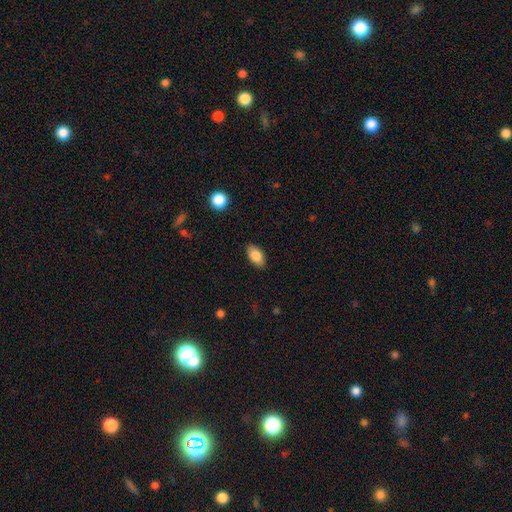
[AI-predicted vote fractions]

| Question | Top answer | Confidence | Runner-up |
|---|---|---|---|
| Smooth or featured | smooth | 84% | featured or disk (8%) |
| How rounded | in between | 92% | round (4%) |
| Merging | none | 87% | minor disturbance (10%) |